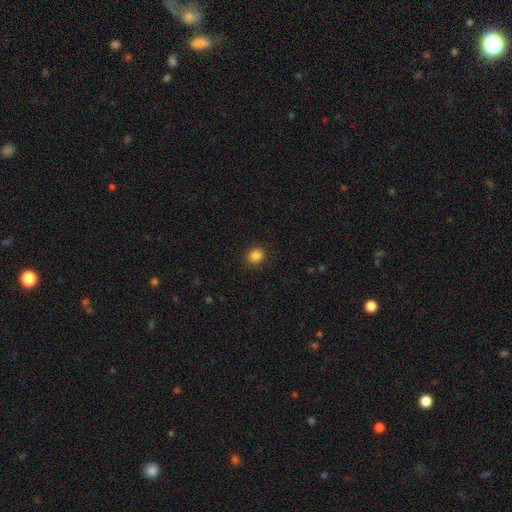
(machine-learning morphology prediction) smooth_or_featured: smooth (p=0.85) [alt: star or artifact p=0.11]
how_rounded: round (p=0.79) [alt: in between p=0.20]
merging: none (p=0.90) [alt: minor disturbance p=0.07]